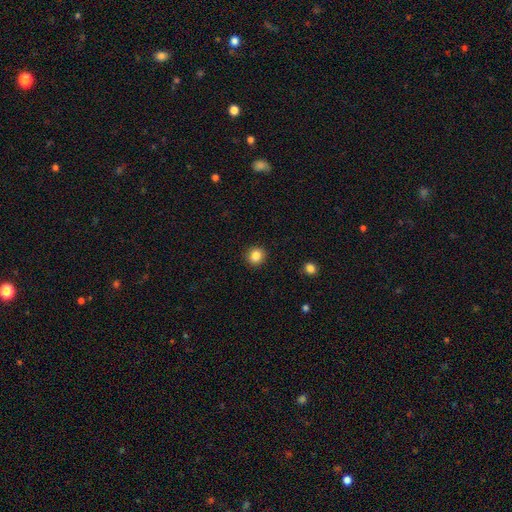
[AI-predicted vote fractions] Smooth or featured: smooth — 85% (star or artifact — 10%)
How rounded: round — 88% (in between — 12%)
Merging: none — 91% (minor disturbance — 6%)